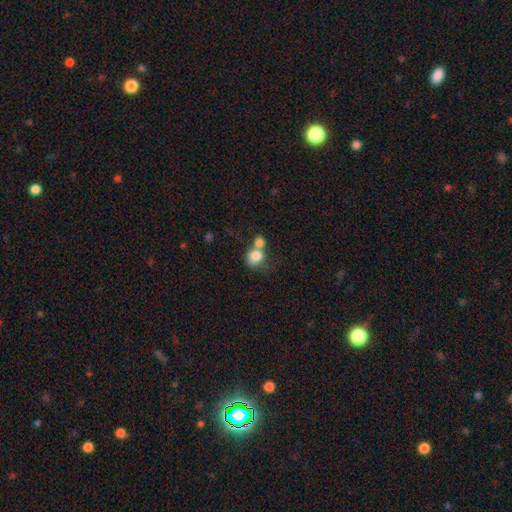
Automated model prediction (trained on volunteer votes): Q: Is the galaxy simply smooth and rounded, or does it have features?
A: smooth — 80%.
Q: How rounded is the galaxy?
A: round — 71%.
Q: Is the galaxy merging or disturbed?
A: merger — 56%.